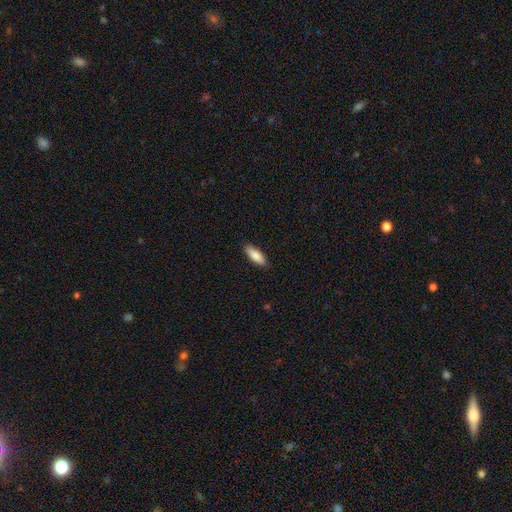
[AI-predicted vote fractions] smooth 85%, featured or disk 10%, star or artifact 6%. Down the decision tree: how rounded — in between (65%); merging — none (89%).